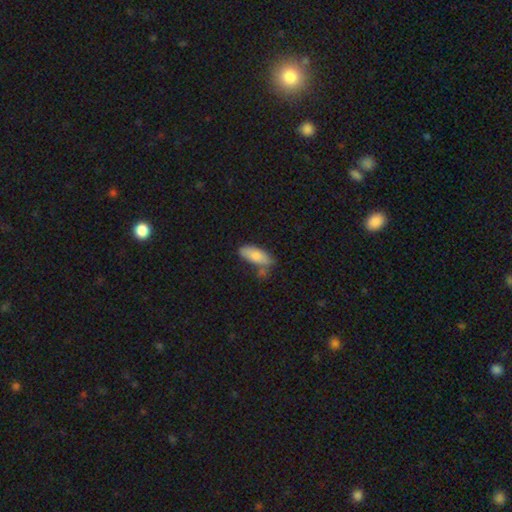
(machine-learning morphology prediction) This is likely a smooth galaxy (78%). How rounded: likely in between (77%). Merging: possibly none (59%).